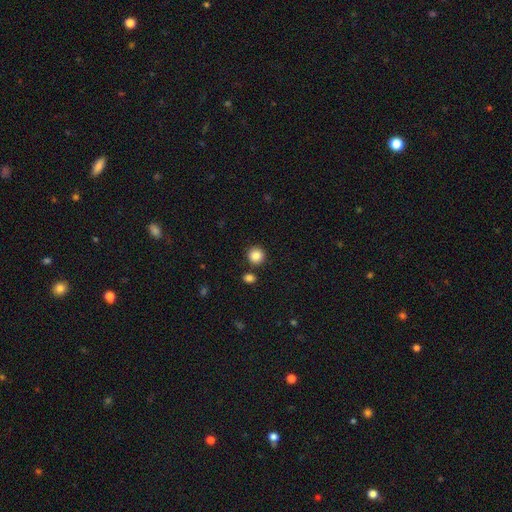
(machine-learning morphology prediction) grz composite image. It shows a smooth galaxy with no disk features (87%) that is round (93%). Merging: none (84%).